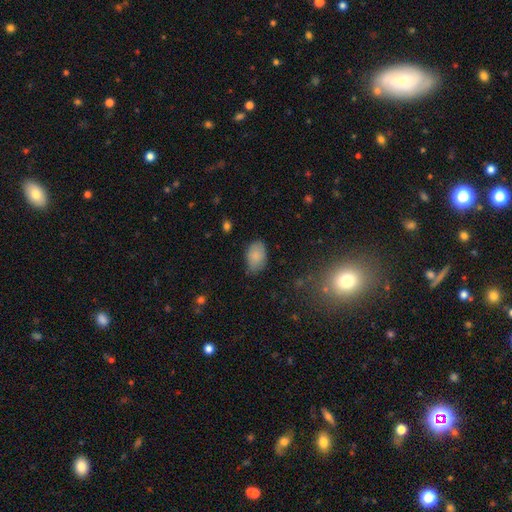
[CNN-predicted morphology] Q: Smooth or featured?
A: smooth (86%); runner-up: star or artifact (7%)
Q: How rounded?
A: in between (89%); runner-up: round (10%)
Q: Merging?
A: none (69%); runner-up: minor disturbance (25%)